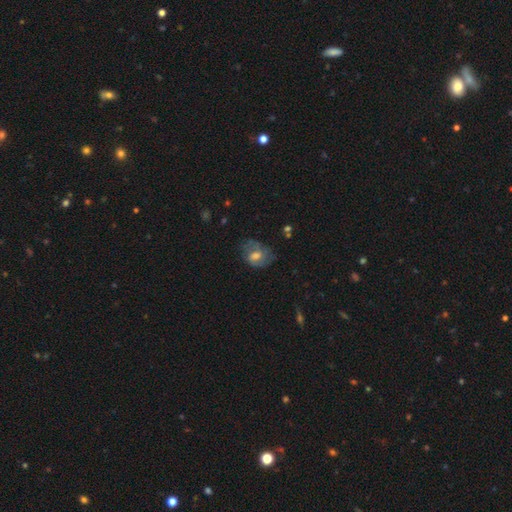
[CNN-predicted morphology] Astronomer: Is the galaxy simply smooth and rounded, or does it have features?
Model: smooth — 48% (runner-up: featured or disk, 44%).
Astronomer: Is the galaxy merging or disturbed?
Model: none — 51% (runner-up: minor disturbance, 28%).